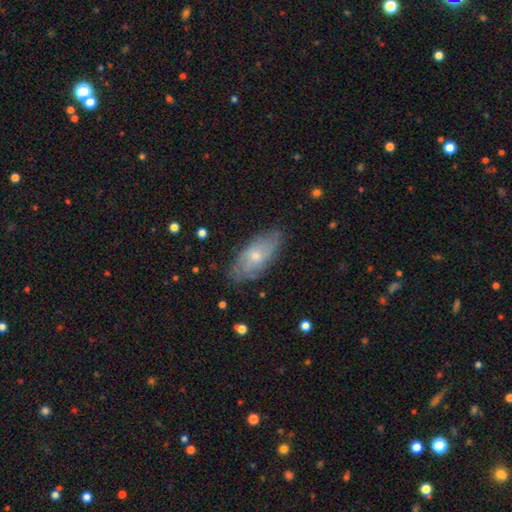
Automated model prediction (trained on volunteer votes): Smooth or featured?
  - featured or disk: 53% *
  - smooth: 40%
  - star or artifact: 7%
Edge-on disk?
  - no: 85% *
  - yes: 15%
Merging?
  - none: 76% *
  - minor disturbance: 19%
  - major disturbance: 4%
  - merger: 1%